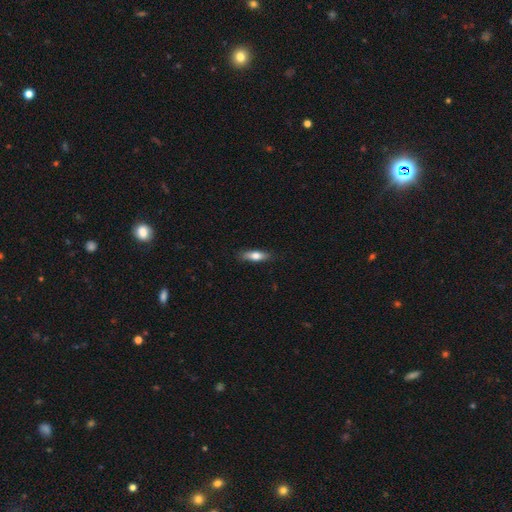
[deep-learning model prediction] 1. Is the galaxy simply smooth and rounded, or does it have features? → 71% smooth, 23% featured or disk, 6% star or artifact.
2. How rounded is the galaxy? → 49% in between (tied), 49% cigar-shaped (tied), 3% round.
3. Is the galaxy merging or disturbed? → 84% none, 13% minor disturbance, 2% major disturbance, 1% merger.